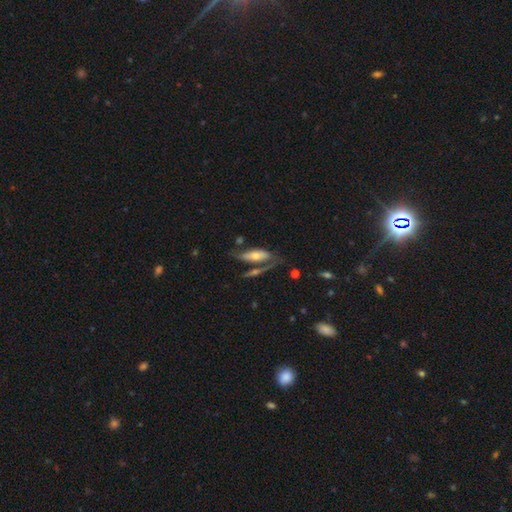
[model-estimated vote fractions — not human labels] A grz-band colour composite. It shows a featured or disk galaxy (48%). Merging: none (41%).